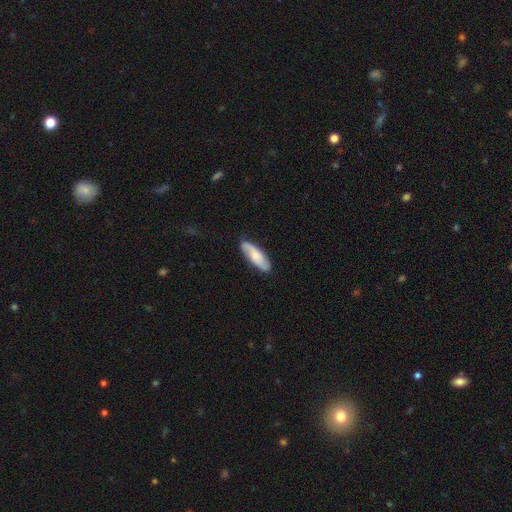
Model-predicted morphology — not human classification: Q: Smooth or featured?
A: smooth (56%); runner-up: featured or disk (38%)
Q: How rounded?
A: in between (56%); runner-up: cigar-shaped (42%)
Q: Merging?
A: none (84%); runner-up: minor disturbance (12%)